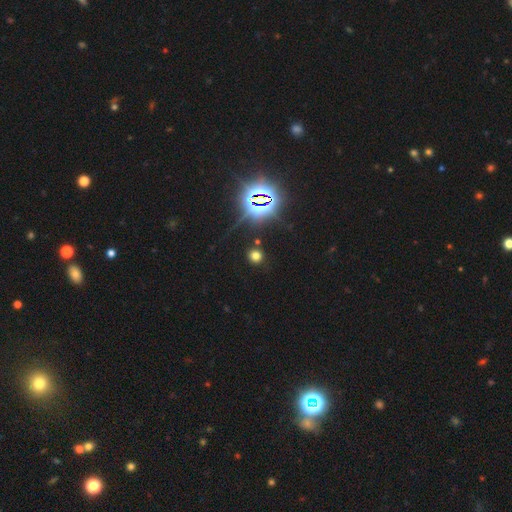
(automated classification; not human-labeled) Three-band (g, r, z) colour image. It shows a smooth galaxy with no disk features (62%) that is round (88%). Merging: none (86%).